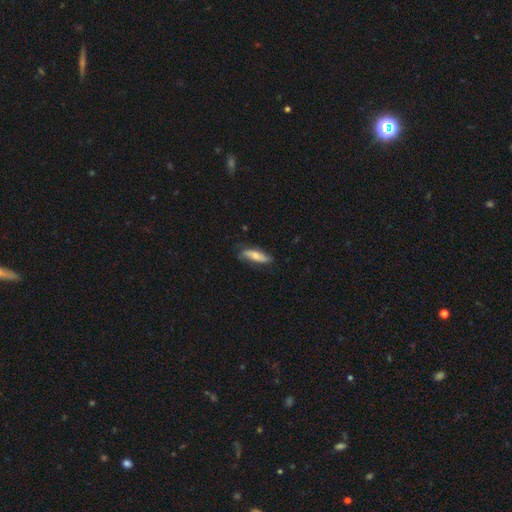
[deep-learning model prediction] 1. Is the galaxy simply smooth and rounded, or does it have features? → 57% smooth, 37% featured or disk, 6% star or artifact.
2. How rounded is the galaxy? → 50% in between, 48% cigar-shaped, 2% round.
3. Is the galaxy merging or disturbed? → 70% none, 23% minor disturbance, 5% major disturbance, 1% merger.